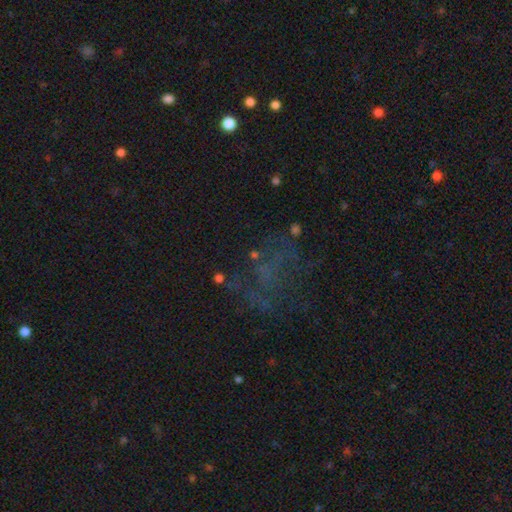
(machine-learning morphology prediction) type=star or artifact (39%).